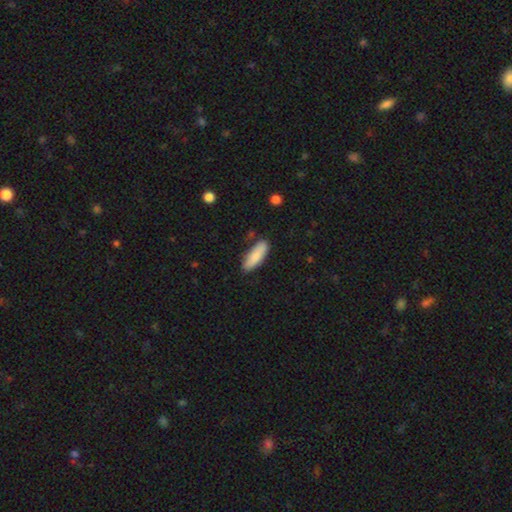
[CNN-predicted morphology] Smooth or featured? Predicted: smooth (p=0.86). How rounded? Predicted: in between (p=0.56). Merging? Predicted: none (p=0.81).